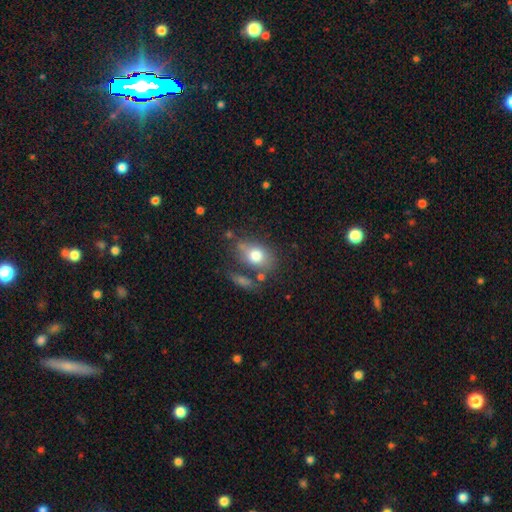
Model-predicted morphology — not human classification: A smooth galaxy with no disk features (74%) that is in between round and cigar-shaped (70%). Merging: none (59%).